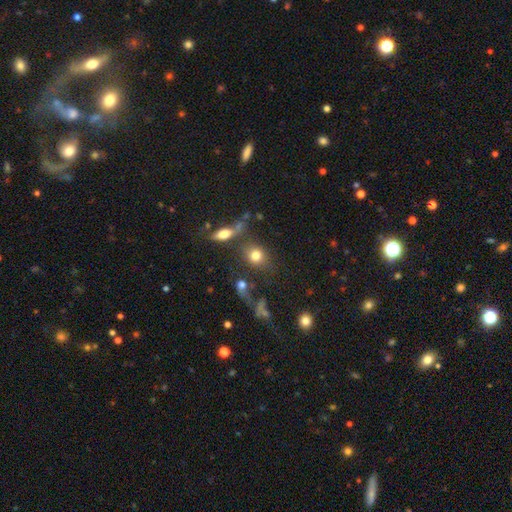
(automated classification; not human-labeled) Smooth or featured?
  - smooth: 78% *
  - star or artifact: 12%
  - featured or disk: 10%
How rounded?
  - round: 65% *
  - in between: 32%
  - cigar-shaped: 3%
Merging?
  - none: 64% *
  - merger: 14%
  - minor disturbance: 14%
  - major disturbance: 8%